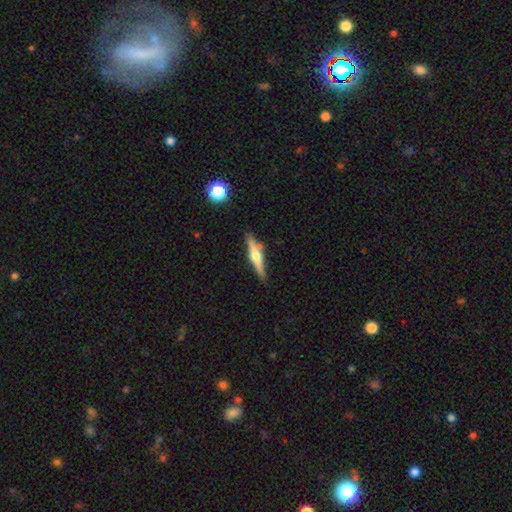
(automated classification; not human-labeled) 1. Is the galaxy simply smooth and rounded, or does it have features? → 65% featured or disk, 29% smooth, 6% star or artifact.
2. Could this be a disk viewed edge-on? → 97% yes, 3% no.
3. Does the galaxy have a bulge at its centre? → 91% rounded, 5% boxy, 4% none.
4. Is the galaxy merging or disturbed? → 85% none, 9% minor disturbance, 4% merger, 2% major disturbance.